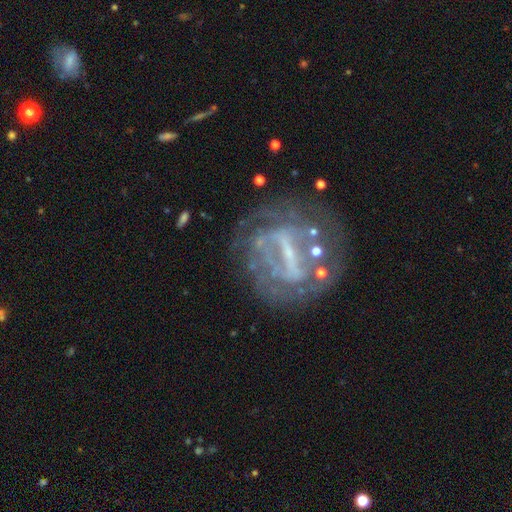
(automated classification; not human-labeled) Smooth or featured?
  - featured or disk: 69% *
  - star or artifact: 19%
  - smooth: 13%
Edge-on disk?
  - no: 90% *
  - yes: 10%
Bar?
  - strong: 56% *
  - weak: 25%
  - no: 19%
Spiral arms?
  - yes: 55% *
  - no: 45%
Bulge size?
  - none: 47% *
  - small: 34%
  - moderate: 14%
  - large: 3%
  - dominant: 2%
Merging?
  - none: 65% *
  - major disturbance: 15%
  - minor disturbance: 15%
  - merger: 5%